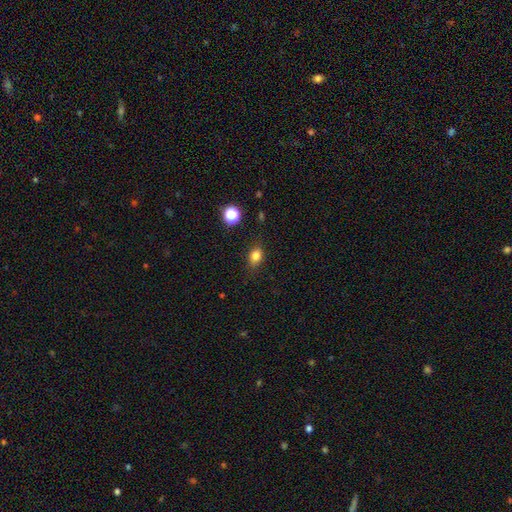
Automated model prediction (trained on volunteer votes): Smooth or featured: smooth — 80% (star or artifact — 13%)
How rounded: in between — 63% (round — 35%)
Merging: none — 81% (minor disturbance — 14%)